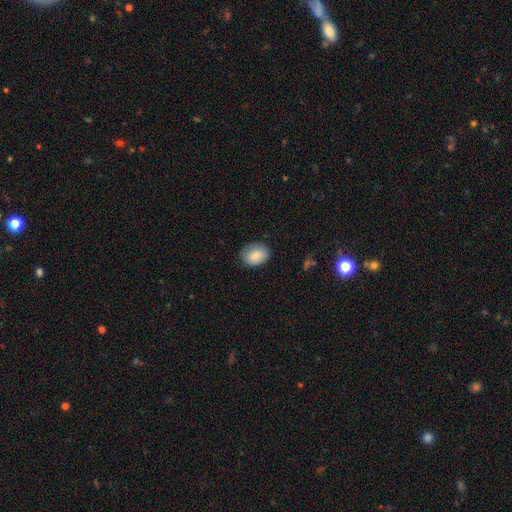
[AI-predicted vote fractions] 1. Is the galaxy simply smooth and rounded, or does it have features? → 84% smooth, 8% featured or disk, 7% star or artifact.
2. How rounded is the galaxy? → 63% in between, 36% round, 1% cigar-shaped.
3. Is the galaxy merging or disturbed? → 83% none, 14% minor disturbance, 3% major disturbance, 1% merger.